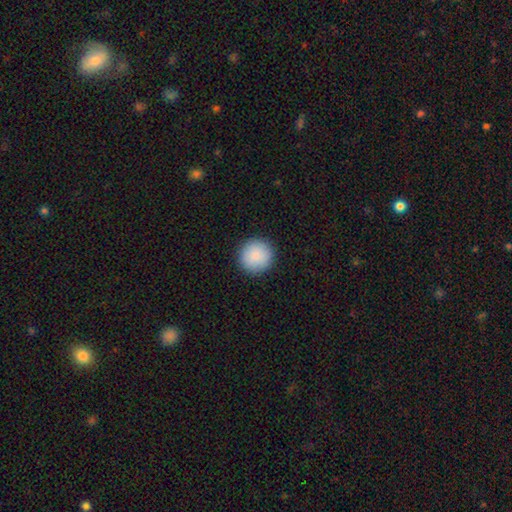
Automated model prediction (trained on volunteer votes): A smooth galaxy with no disk features (90%) that is round (95%).

Vote fractions:
- Smooth or featured? smooth: 90% / star or artifact: 7% / featured or disk: 4%
- How rounded? round: 95% / in between: 4% / cigar-shaped: 1%
- Merging? none: 92% / minor disturbance: 5% / major disturbance: 2% / merger: 1%